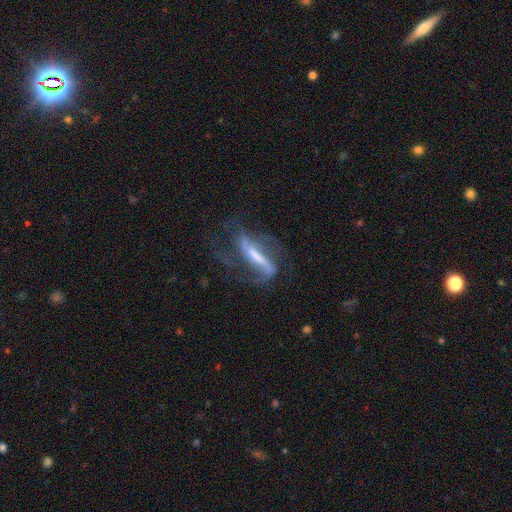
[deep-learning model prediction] smooth-or-featured: featured or disk: 77% | smooth: 14% | star or artifact: 8%
  disk-edge-on: no: 74% | yes: 26%
    bar: strong: 63% | weak: 24% | no: 13%
    has-spiral-arms: yes: 85% | no: 15%
    bulge-size: moderate: 35% | small: 33% | none: 20% | large: 10% | dominant: 2%
  merging: none: 46% | major disturbance: 31% | minor disturbance: 19% | merger: 3%